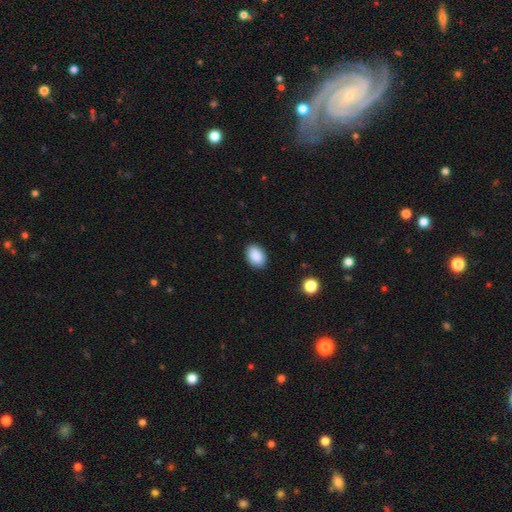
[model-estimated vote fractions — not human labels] A smooth galaxy with no disk features (90%) that is in between round and cigar-shaped (82%). Merging: none (89%).